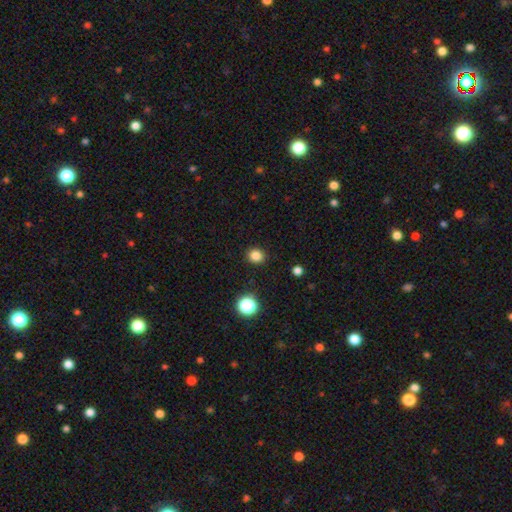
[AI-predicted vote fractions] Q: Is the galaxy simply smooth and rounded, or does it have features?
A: smooth — 83%.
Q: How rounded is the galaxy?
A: round — 80%.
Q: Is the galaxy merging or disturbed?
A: none — 90%.